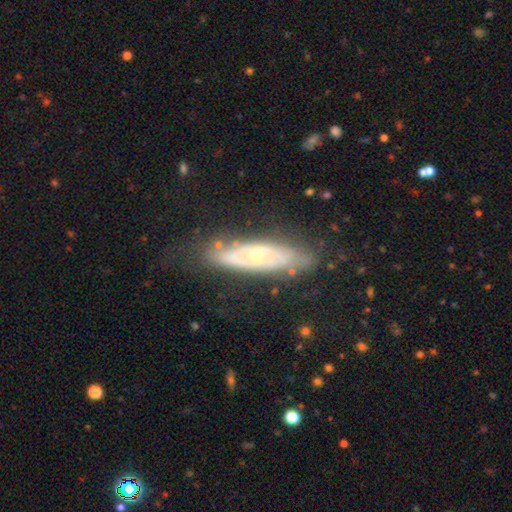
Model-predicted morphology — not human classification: featured or disk 75%, smooth 19%, star or artifact 6%. Down the decision tree: edge-on disk — no (68%); bar — no (78%); spiral arms — yes (50%, tied with no); bulge size — small (52%); merging — none (72%).